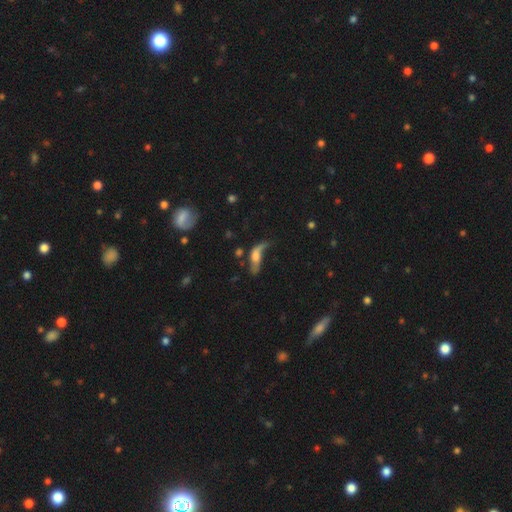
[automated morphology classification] The model was most divided on "merging": major disturbance: 39%, none: 30%, minor disturbance: 21%, merger: 10%. More confident: edge-on disk — no (77%); smooth or featured — featured or disk (55%).